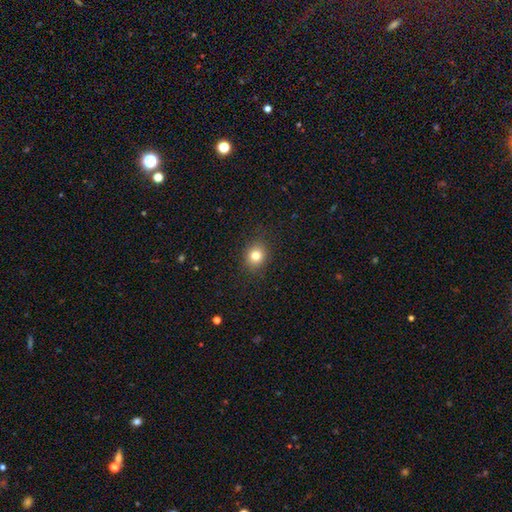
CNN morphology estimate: A smooth galaxy with no disk features (80%) that is round (72%).

Vote fractions:
- Smooth or featured? smooth: 80% / star or artifact: 12% / featured or disk: 8%
- How rounded? round: 72% / in between: 27% / cigar-shaped: 1%
- Merging? none: 88% / minor disturbance: 8% / major disturbance: 3% / merger: 1%